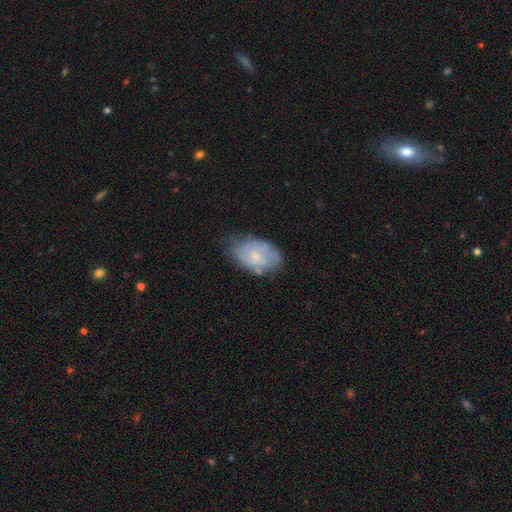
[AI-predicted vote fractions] Overall: smooth (49%; featured or disk 44%). Merging: none (55%; minor disturbance 32%).